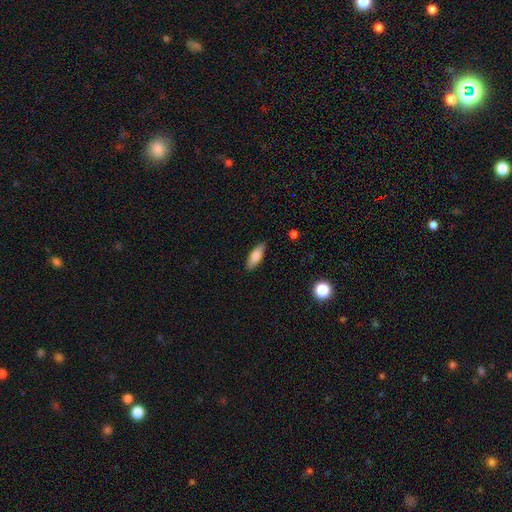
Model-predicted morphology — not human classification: Smooth or featured? Predicted: smooth (p=0.80). How rounded? Predicted: in between (p=0.67). Merging? Predicted: none (p=0.88).